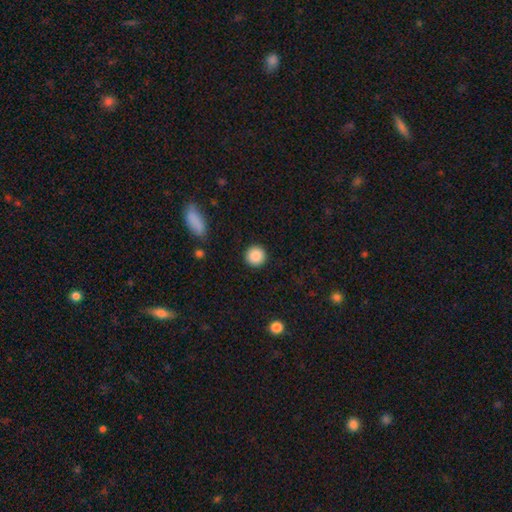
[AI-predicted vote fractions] Smooth or featured? smooth (88%)
How rounded? round (95%)
Merging? none (92%)